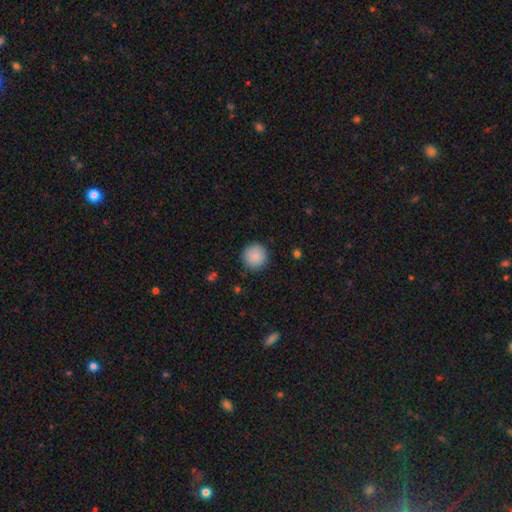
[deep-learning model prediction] Smooth or featured?
  - smooth: 89% *
  - star or artifact: 8%
  - featured or disk: 4%
How rounded?
  - round: 95% *
  - in between: 4%
  - cigar-shaped: 1%
Merging?
  - none: 90% *
  - minor disturbance: 7%
  - major disturbance: 2%
  - merger: 1%